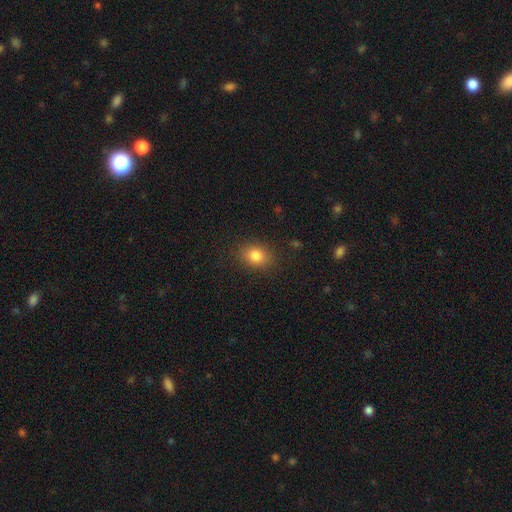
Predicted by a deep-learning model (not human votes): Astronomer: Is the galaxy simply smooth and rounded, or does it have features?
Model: smooth — 83%.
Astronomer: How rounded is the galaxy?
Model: in between — 62% (runner-up: round, 37%).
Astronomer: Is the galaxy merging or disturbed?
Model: none — 85%.